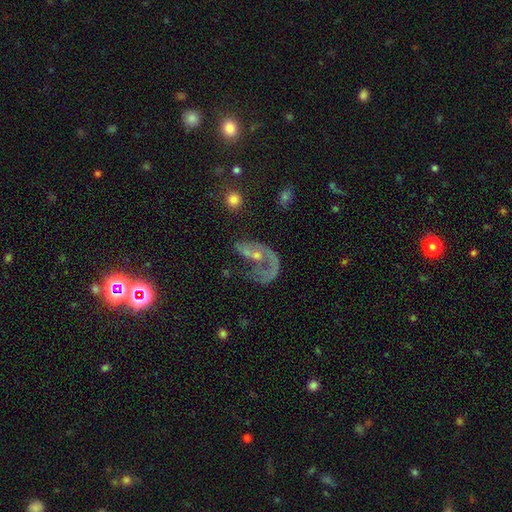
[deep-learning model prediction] Smooth or featured?
  - featured or disk: 68% *
  - smooth: 17%
  - star or artifact: 15%
Edge-on disk?
  - no: 96% *
  - yes: 4%
Bar?
  - no: 71% *
  - weak: 21%
  - strong: 8%
Spiral arms?
  - yes: 69% *
  - no: 31%
Bulge size?
  - small: 56% *
  - moderate: 28%
  - none: 12%
  - large: 3%
  - dominant: 2%
Merging?
  - major disturbance: 47% *
  - none: 28%
  - minor disturbance: 14%
  - merger: 11%